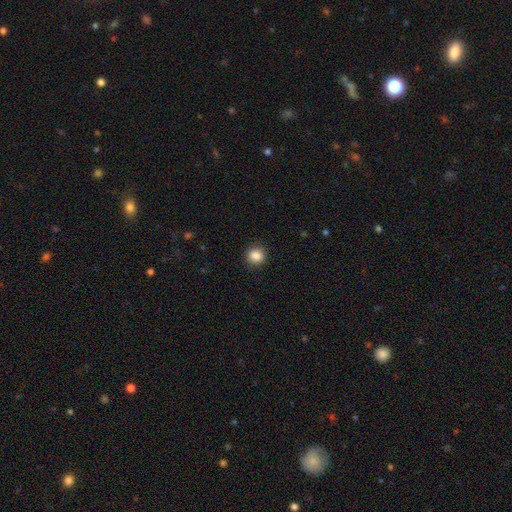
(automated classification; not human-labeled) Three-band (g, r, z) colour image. It shows a smooth galaxy with no disk features (87%) that is round (90%). Merging: none (91%).